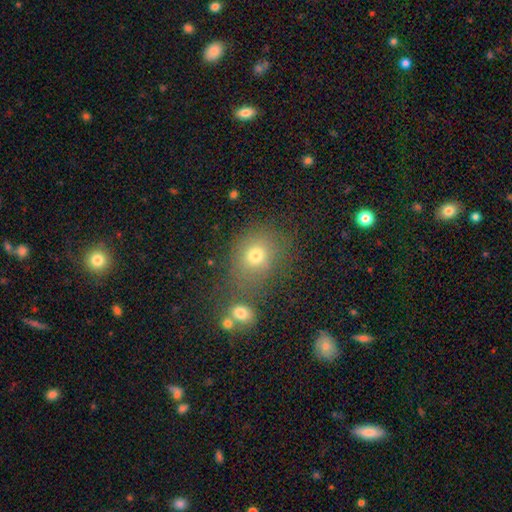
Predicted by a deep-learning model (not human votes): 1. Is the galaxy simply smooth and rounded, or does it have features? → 72% smooth, 16% star or artifact, 12% featured or disk.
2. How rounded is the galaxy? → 59% round, 40% in between, 1% cigar-shaped.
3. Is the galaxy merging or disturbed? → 60% none, 18% merger, 14% minor disturbance, 7% major disturbance.